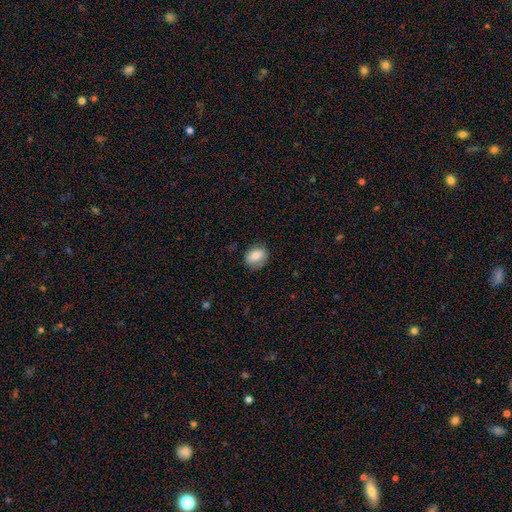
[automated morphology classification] Smooth or featured? Predicted: smooth (p=0.79). How rounded? Predicted: in between (p=0.58). Merging? Predicted: none (p=0.78).